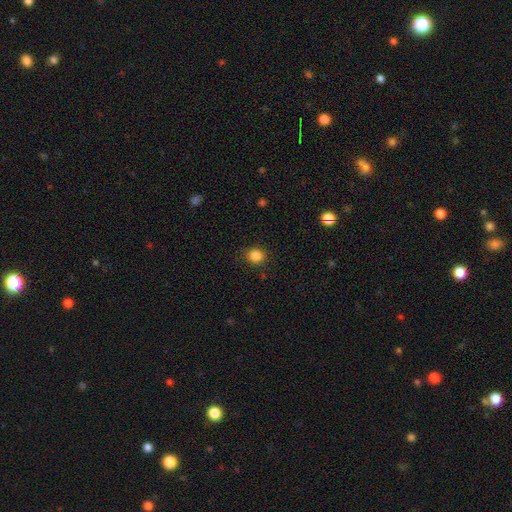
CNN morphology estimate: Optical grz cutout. It shows a smooth galaxy with no disk features (85%) that is round (82%). Merging: none (87%).